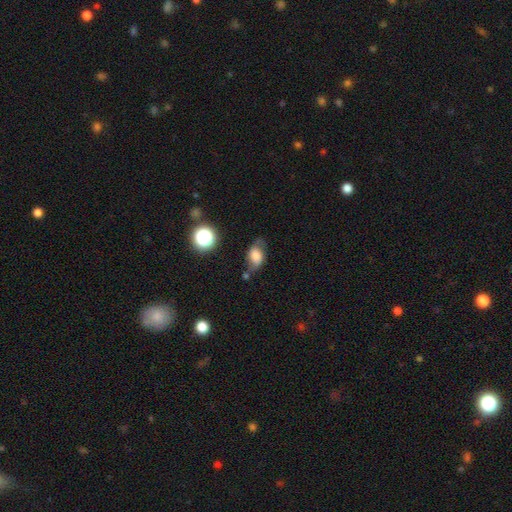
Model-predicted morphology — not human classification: Smooth or featured? smooth (65%)
How rounded? in between (81%)
Merging? none (56%)